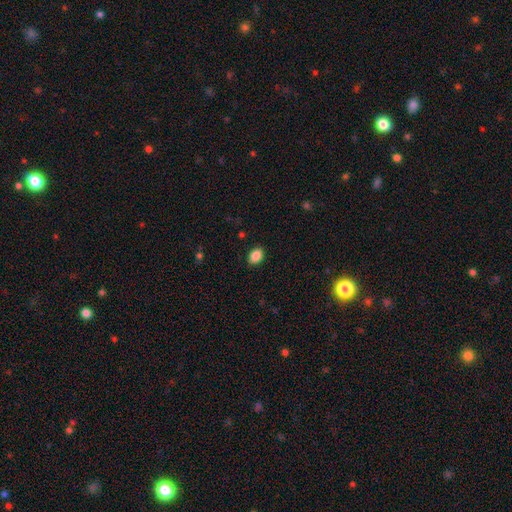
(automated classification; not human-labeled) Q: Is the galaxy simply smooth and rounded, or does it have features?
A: smooth — 87%.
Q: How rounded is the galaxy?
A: in between — 82%.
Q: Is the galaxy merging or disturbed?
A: none — 88%.